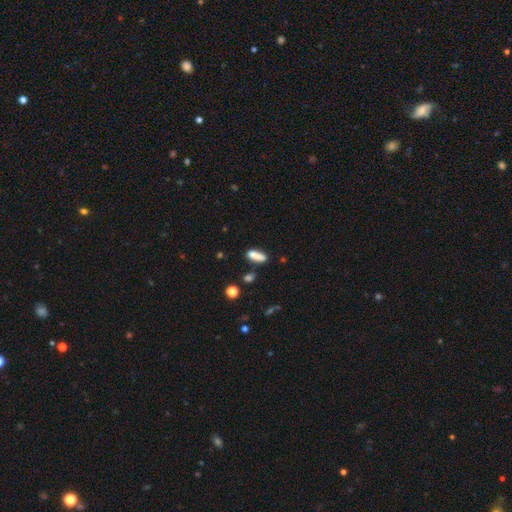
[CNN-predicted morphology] This appears to be a smooth galaxy with no disk features (82%) that is cigar-shaped (51%). Merging: none (67%).